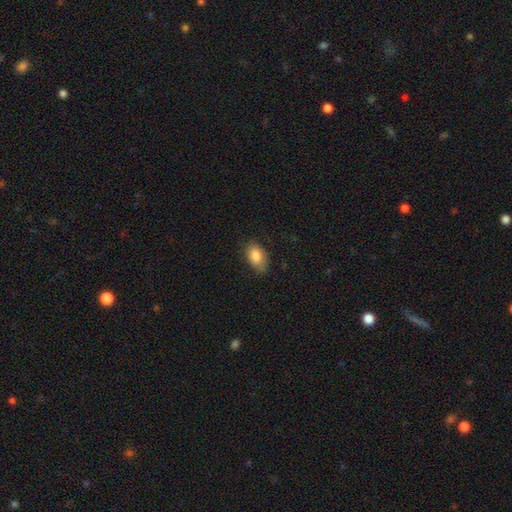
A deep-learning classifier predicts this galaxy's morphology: smooth_or_featured: smooth (p=0.85) [alt: featured or disk p=0.07]
how_rounded: in between (p=0.91) [alt: round p=0.07]
merging: none (p=0.74) [alt: minor disturbance p=0.21]